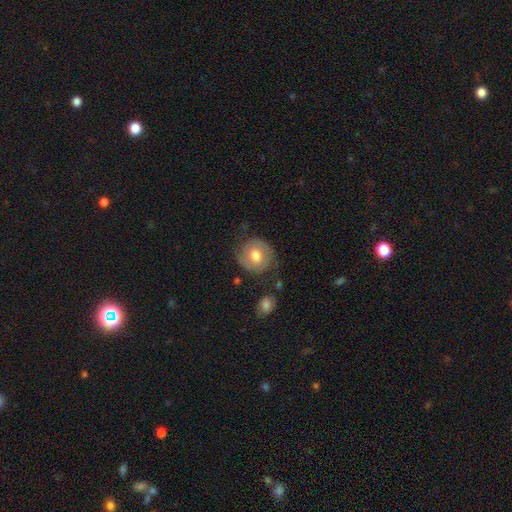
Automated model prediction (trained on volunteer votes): Morphology: type=smooth (59%); roundness=round (84%); merging=none (74%).